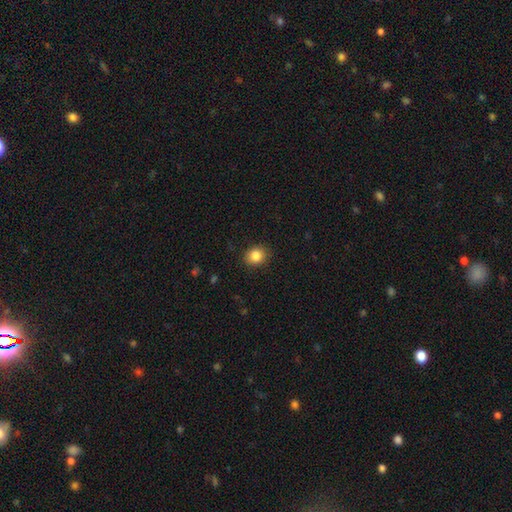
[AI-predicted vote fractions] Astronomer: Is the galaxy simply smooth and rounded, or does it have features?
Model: smooth — 86%.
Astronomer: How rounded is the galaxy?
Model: round — 68%.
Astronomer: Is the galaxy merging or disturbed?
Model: none — 88%.